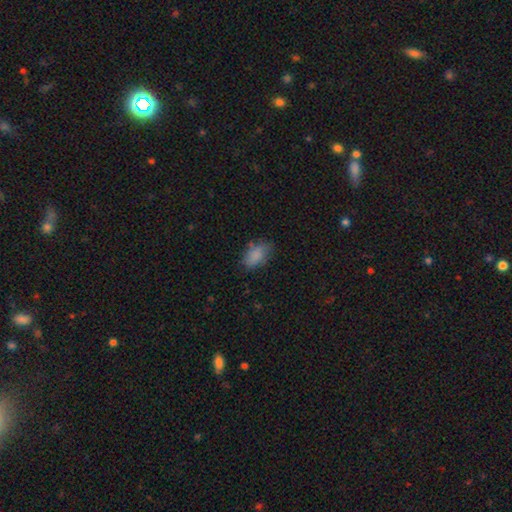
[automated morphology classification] A smooth galaxy with no disk features (84%) that is in between round and cigar-shaped (91%).

Vote fractions:
- Smooth or featured? smooth: 84% / star or artifact: 9% / featured or disk: 7%
- How rounded? in between: 91% / round: 7% / cigar-shaped: 2%
- Merging? none: 68% / minor disturbance: 23% / major disturbance: 6% / merger: 2%